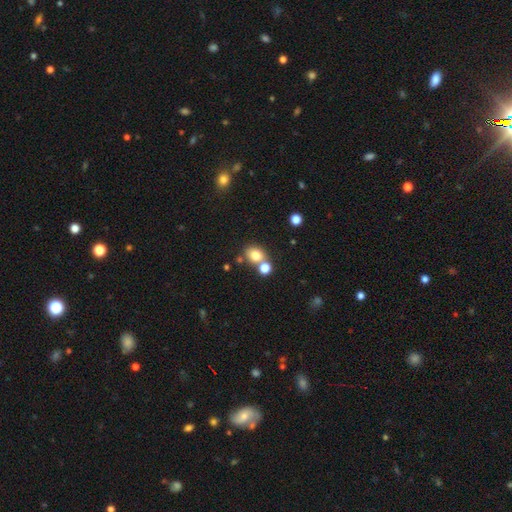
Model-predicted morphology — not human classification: A smooth galaxy with no disk features (78%) that is round (62%). Merging: none (59%).